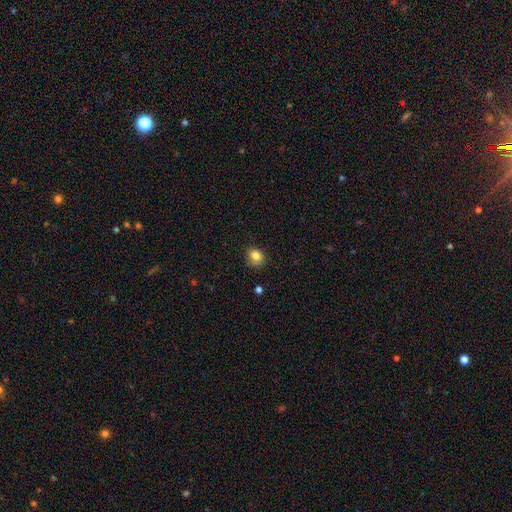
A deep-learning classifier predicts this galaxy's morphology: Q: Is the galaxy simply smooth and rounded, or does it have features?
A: smooth — 83%.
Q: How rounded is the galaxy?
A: round — 62%.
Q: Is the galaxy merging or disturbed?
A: none — 74%.